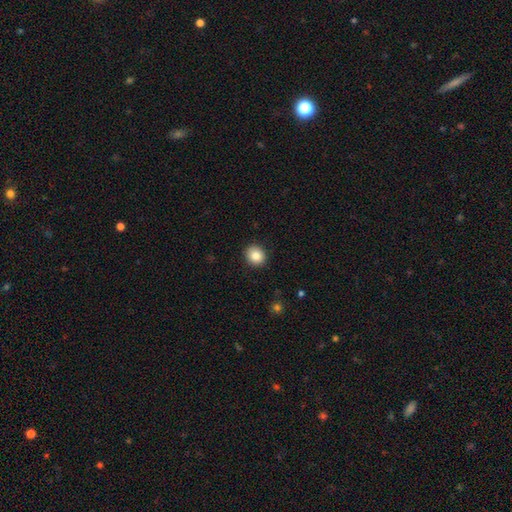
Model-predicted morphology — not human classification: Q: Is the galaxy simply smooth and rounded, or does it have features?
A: smooth — 85%.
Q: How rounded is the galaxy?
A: round — 78%.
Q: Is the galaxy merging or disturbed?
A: none — 91%.